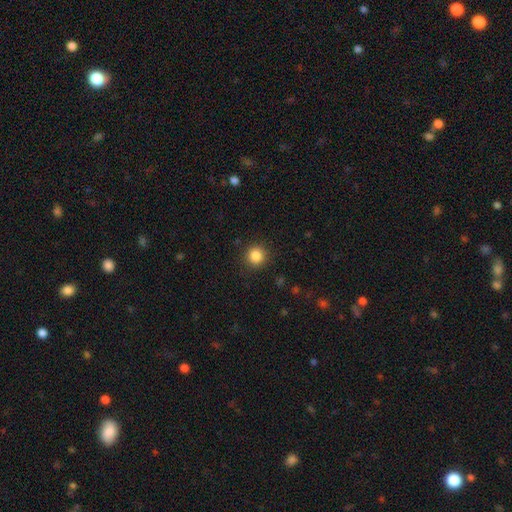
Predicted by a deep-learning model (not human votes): The model was most divided on "smooth or featured": smooth: 85%, star or artifact: 11%, featured or disk: 4%. More confident: how rounded — round (93%); merging — none (90%).